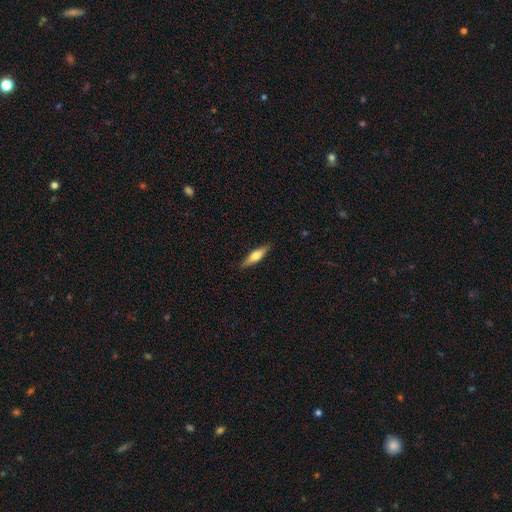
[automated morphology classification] The model was most divided on "smooth or featured" (2-way tie): smooth: 47%, featured or disk: 47%, star or artifact: 6%. More confident: merging — none (88%).